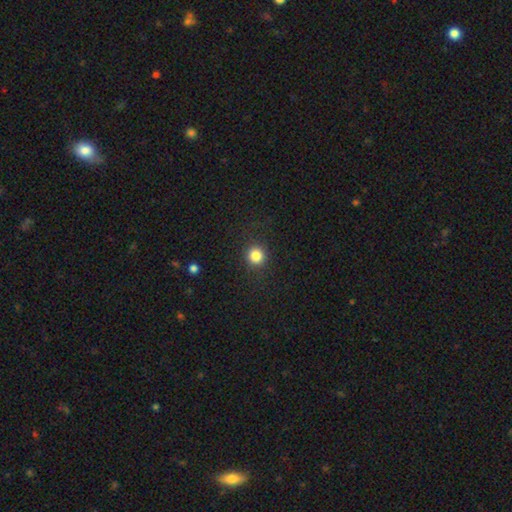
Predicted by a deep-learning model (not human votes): smooth 84%, star or artifact 11%, featured or disk 5%. Down the decision tree: how rounded — round (91%); merging — none (89%).